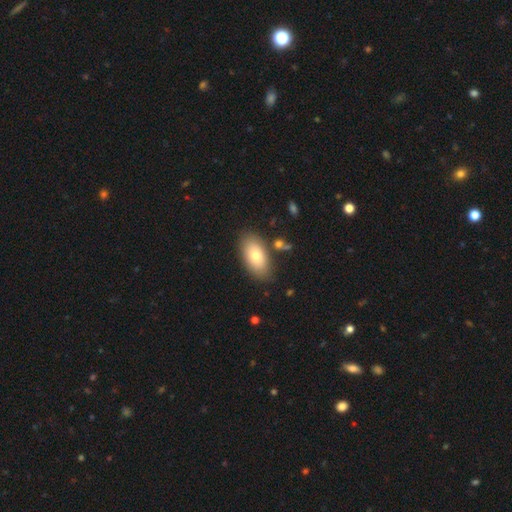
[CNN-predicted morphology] Smooth or featured: smooth — 74% (featured or disk — 19%)
How rounded: in between — 93% (round — 4%)
Merging: none — 83% (minor disturbance — 11%)